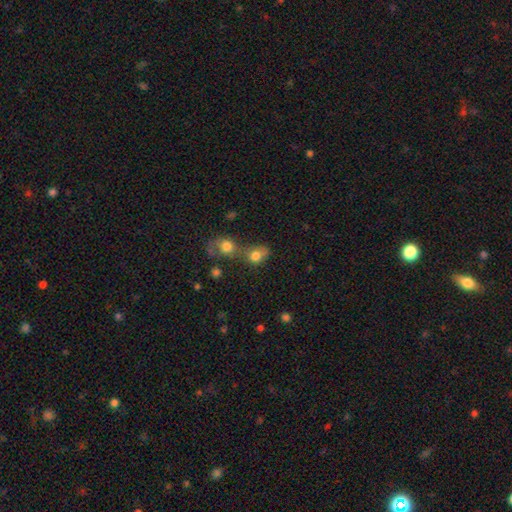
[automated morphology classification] Smooth or featured: smooth — 78% (star or artifact — 12%)
How rounded: round — 59% (in between — 40%)
Merging: merger — 51% (none — 32%)